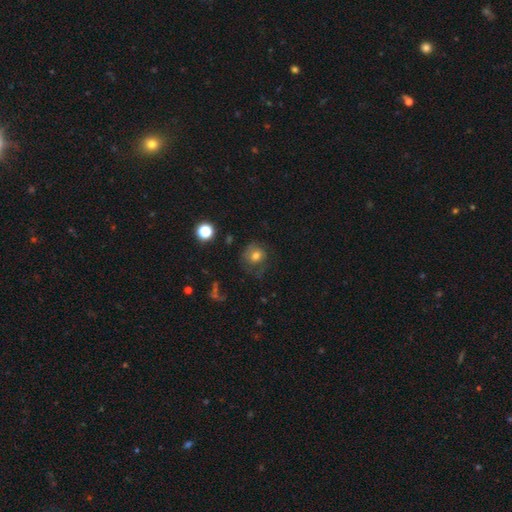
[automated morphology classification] This is likely a smooth galaxy (63%). How rounded: likely round (75%). Merging: possibly none (55%).